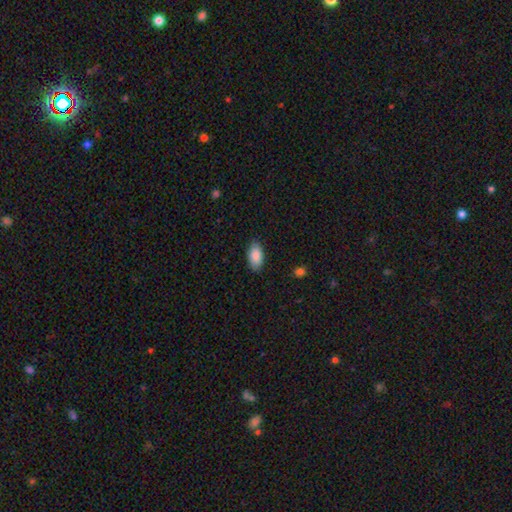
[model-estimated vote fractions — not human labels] Overall: smooth (88%). How rounded: in between (93%). Merging: none (86%).